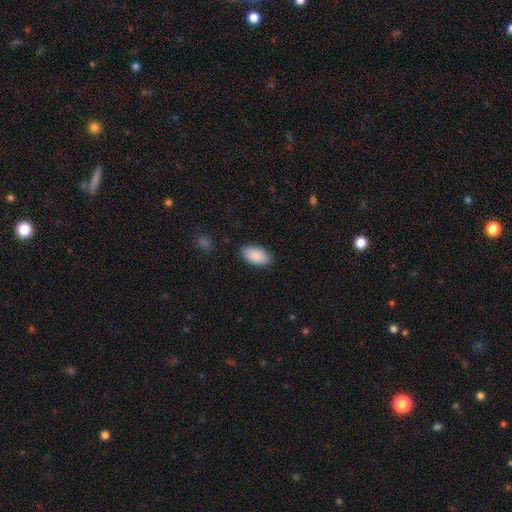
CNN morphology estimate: Smooth or featured? smooth (90%)
How rounded? in between (95%)
Merging? none (87%)